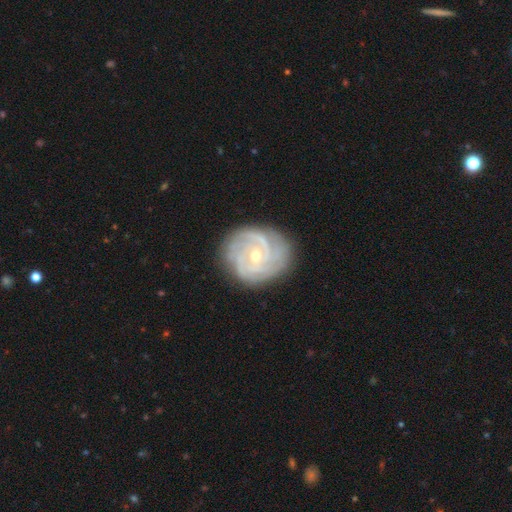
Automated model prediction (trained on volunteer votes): A featured or disk galaxy (87%) with no bar (61%), 3 (29%) tight (76%) spiral arms (98%) and a small central bulge (58%). Merging: none (82%).